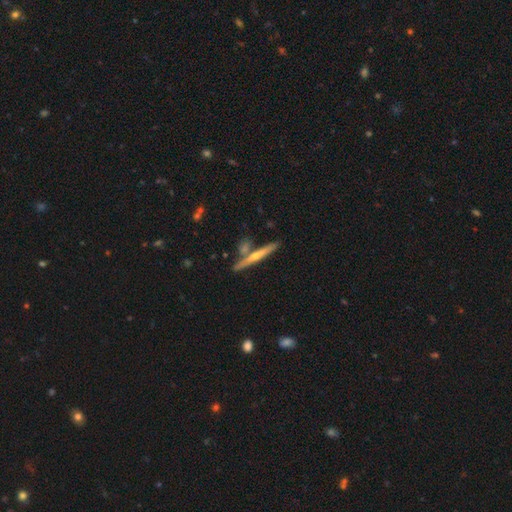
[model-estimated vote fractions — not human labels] Q: Smooth or featured?
A: featured or disk (60%); runner-up: smooth (34%)
Q: Edge-on disk?
A: yes (96%); runner-up: no (4%)
Q: Edge-on bulge?
A: rounded (73%); runner-up: none (23%)
Q: Merging?
A: none (75%); runner-up: merger (14%)